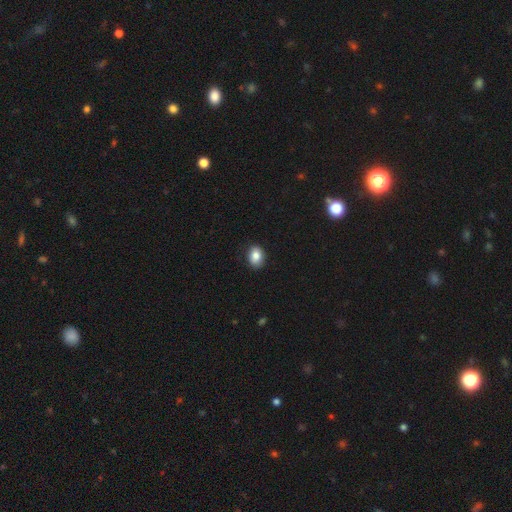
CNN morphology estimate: Smooth or featured? Predicted: smooth (p=0.85). How rounded? Predicted: in between (p=0.67). Merging? Predicted: none (p=0.86).